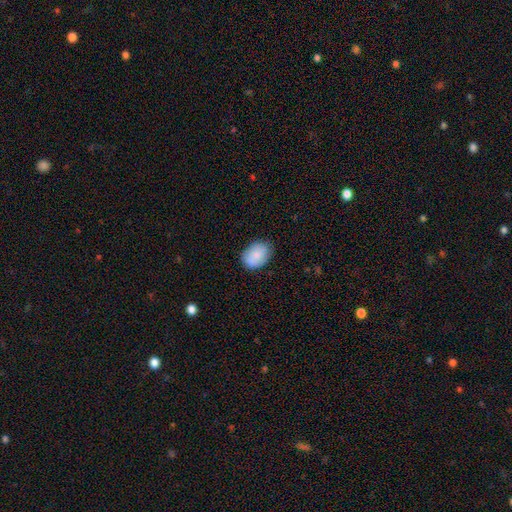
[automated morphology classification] type=smooth (82%); roundness=in between (76%); merging=none (78%).